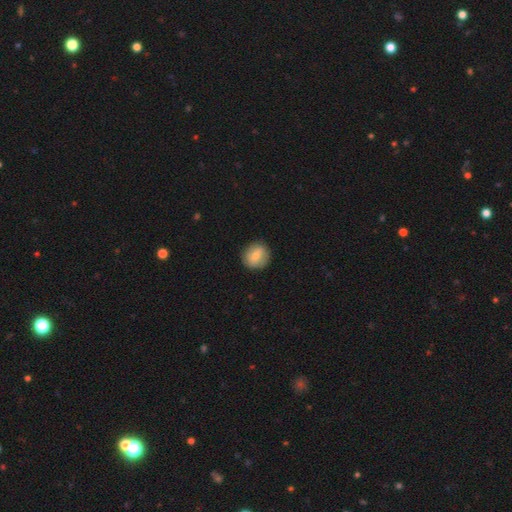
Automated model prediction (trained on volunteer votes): This appears to be a smooth galaxy with no disk features (73%) that is round (86%). Merging: none (87%).